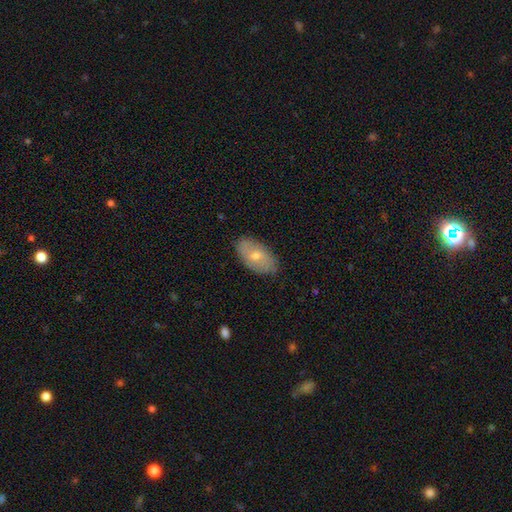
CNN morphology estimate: This appears to be a smooth galaxy with no disk features (55%) that is in between round and cigar-shaped (92%). Merging: none (84%).